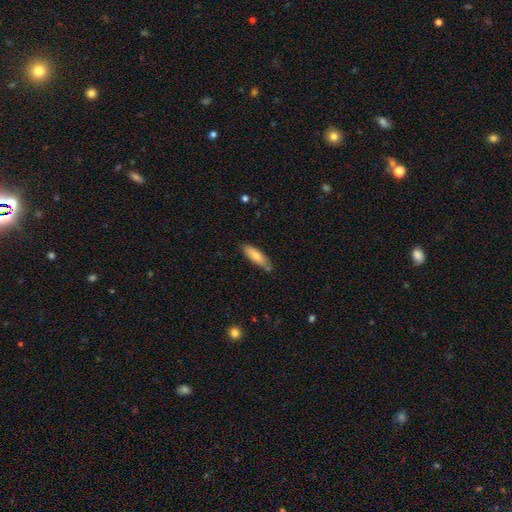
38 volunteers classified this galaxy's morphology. smooth 82%, featured or disk 11%, star or artifact 8%. Down the decision tree: how rounded — in between (52%); merging — none (89%).